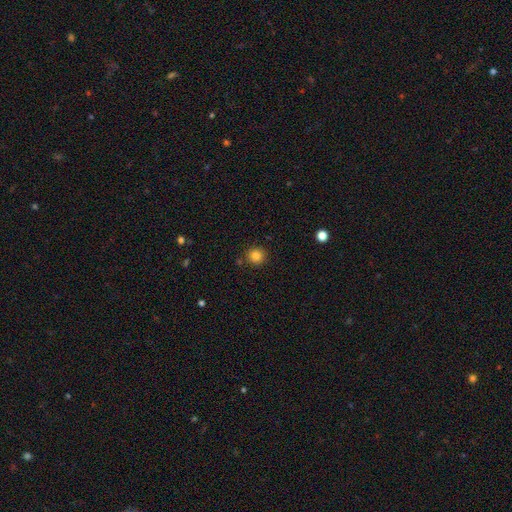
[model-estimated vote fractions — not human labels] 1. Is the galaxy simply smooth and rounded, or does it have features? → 84% smooth, 12% star or artifact, 4% featured or disk.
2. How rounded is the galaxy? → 94% round, 5% in between, 1% cigar-shaped.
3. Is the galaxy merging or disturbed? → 87% none, 7% minor disturbance, 3% merger, 2% major disturbance.